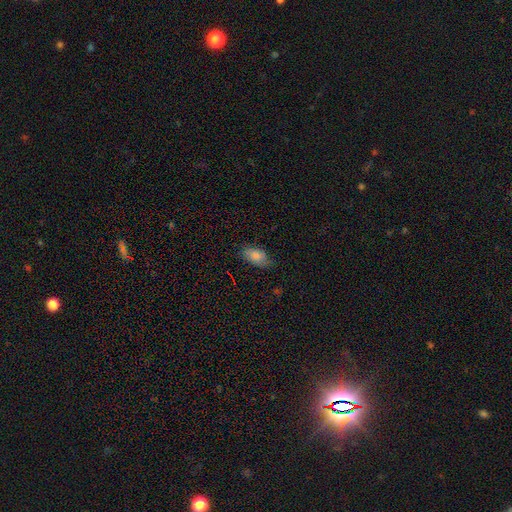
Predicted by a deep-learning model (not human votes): smooth-or-featured: smooth: 83% | featured or disk: 9% | star or artifact: 8%
  how-rounded: in between: 92% | round: 4% | cigar-shaped: 4%
  merging: none: 75% | minor disturbance: 20% | major disturbance: 5% | merger: 1%